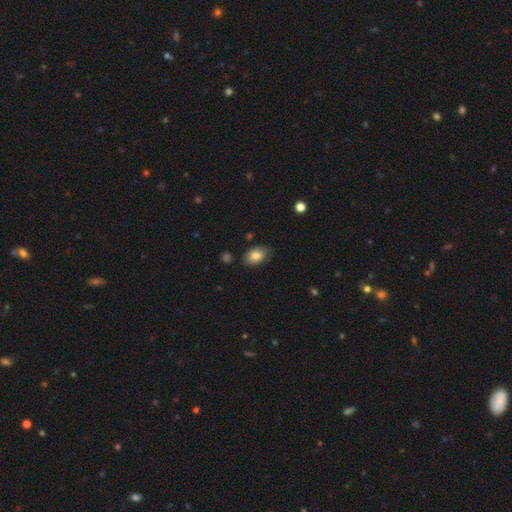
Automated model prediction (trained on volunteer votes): The model was most divided on "merging": none: 78%, minor disturbance: 17%, major disturbance: 3%, merger: 2%. More confident: how rounded — in between (88%); smooth or featured — smooth (82%).